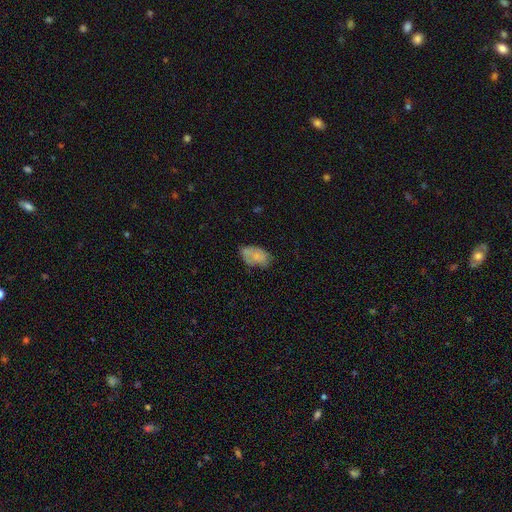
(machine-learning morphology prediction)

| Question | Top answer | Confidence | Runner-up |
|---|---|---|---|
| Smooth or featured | smooth | 67% | featured or disk (25%) |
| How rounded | in between | 90% | round (8%) |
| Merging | none | 52% | minor disturbance (32%) |